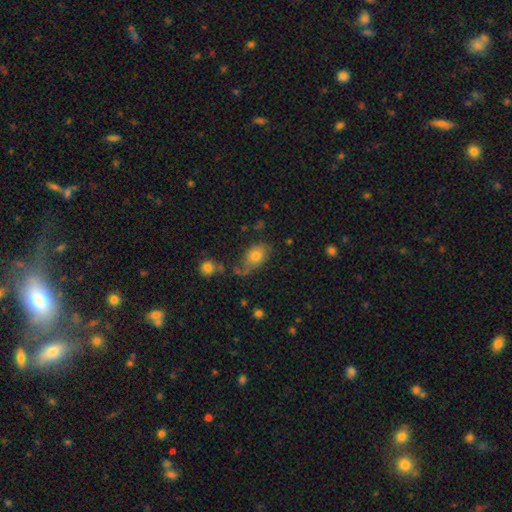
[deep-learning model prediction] smooth 65%, featured or disk 25%, star or artifact 10%. Down the decision tree: how rounded — in between (83%); merging — none (42%).